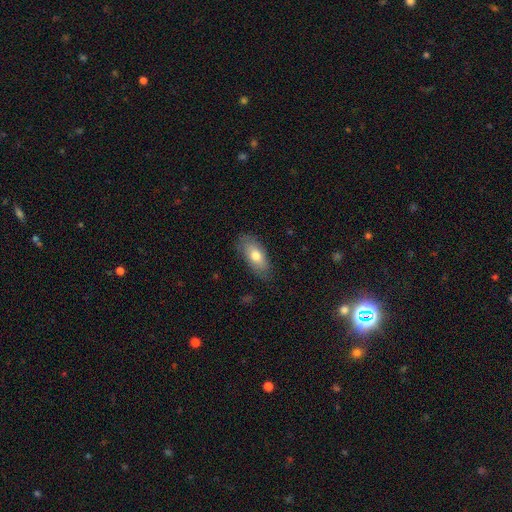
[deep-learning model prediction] A smooth galaxy with no disk features (71%) that is in between round and cigar-shaped (86%). Merging: none (78%).